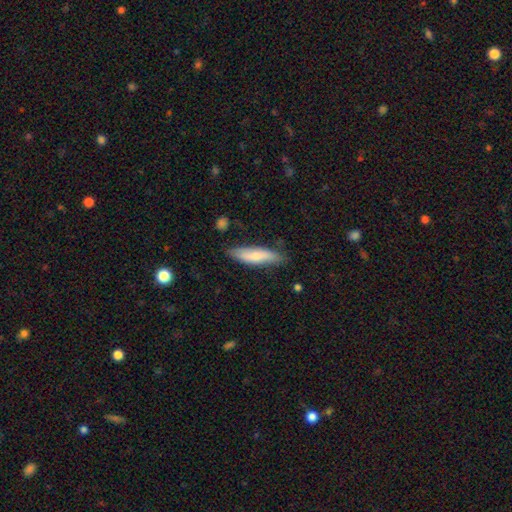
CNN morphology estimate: A smooth galaxy with no disk features (68%) that is cigar-shaped (66%). Merging: none (77%).